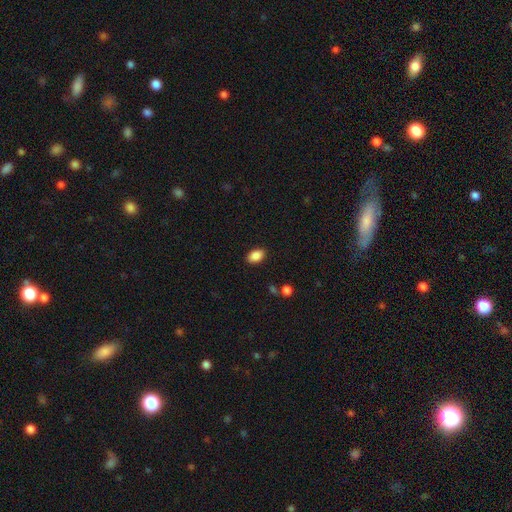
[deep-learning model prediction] A smooth galaxy with no disk features (88%) that is in between round and cigar-shaped (88%). Merging: none (88%).